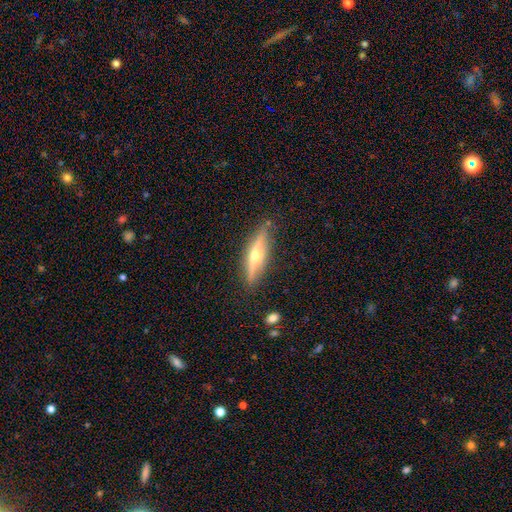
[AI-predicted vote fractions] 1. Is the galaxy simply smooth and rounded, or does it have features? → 73% featured or disk, 21% smooth, 6% star or artifact.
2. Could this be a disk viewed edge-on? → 95% yes, 5% no.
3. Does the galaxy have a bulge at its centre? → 93% rounded, 4% none, 3% boxy.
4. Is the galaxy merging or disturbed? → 85% none, 11% minor disturbance, 2% major disturbance, 2% merger.